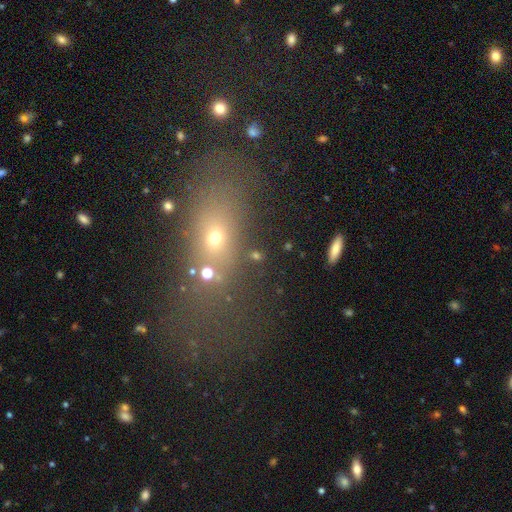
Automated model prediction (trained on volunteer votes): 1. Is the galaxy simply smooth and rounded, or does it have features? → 58% smooth, 27% star or artifact, 15% featured or disk.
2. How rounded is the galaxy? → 51% in between, 37% round, 12% cigar-shaped.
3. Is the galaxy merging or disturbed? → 71% none, 11% minor disturbance, 10% merger, 7% major disturbance.